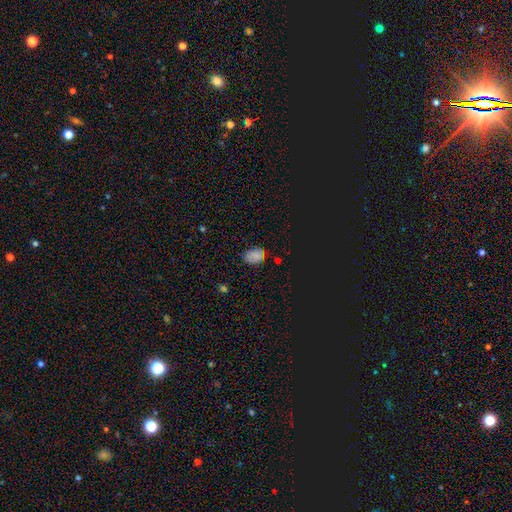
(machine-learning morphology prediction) A smooth galaxy with no disk features (70%) that is in between round and cigar-shaped (80%). Merging: none (69%).